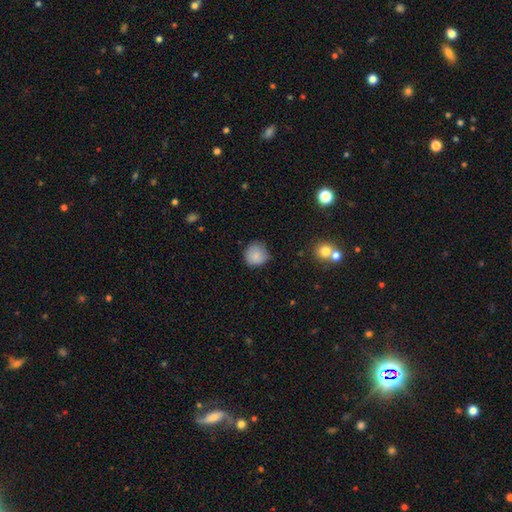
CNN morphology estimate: smooth 85%, star or artifact 8%, featured or disk 6%. Down the decision tree: how rounded — round (91%); merging — none (75%).